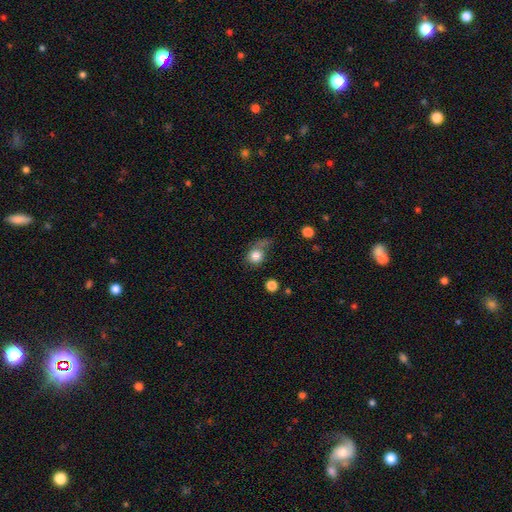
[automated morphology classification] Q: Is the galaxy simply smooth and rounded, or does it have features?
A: smooth — 81%.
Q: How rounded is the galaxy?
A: round — 79%.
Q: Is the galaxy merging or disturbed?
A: none — 42%.